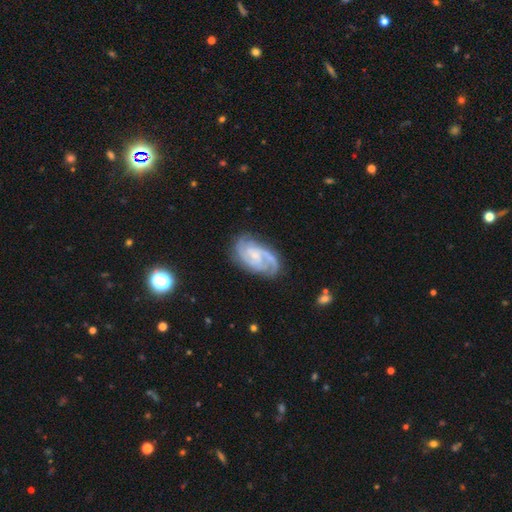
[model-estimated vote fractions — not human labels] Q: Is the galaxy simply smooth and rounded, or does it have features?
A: featured or disk — 88%.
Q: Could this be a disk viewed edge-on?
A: no — 97%.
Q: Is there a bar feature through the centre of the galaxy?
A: no — 49%.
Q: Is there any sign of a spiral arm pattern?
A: yes — 98%.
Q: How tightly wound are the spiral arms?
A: tight — 50%.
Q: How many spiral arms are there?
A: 2 — 44%.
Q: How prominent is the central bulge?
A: small — 67%.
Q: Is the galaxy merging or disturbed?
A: none — 73%.